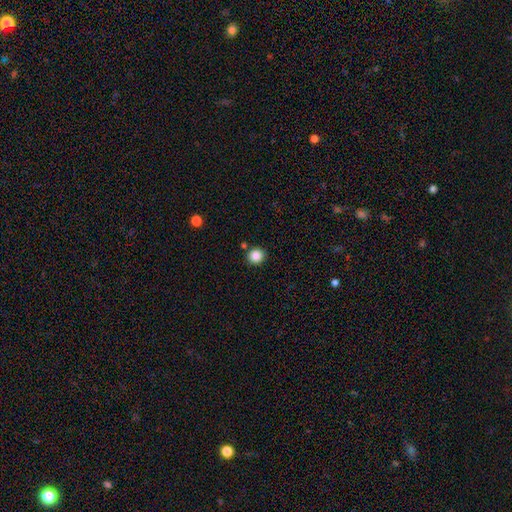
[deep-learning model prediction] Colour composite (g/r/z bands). It shows a smooth galaxy with no disk features (86%) that is round (91%). Merging: none (88%).